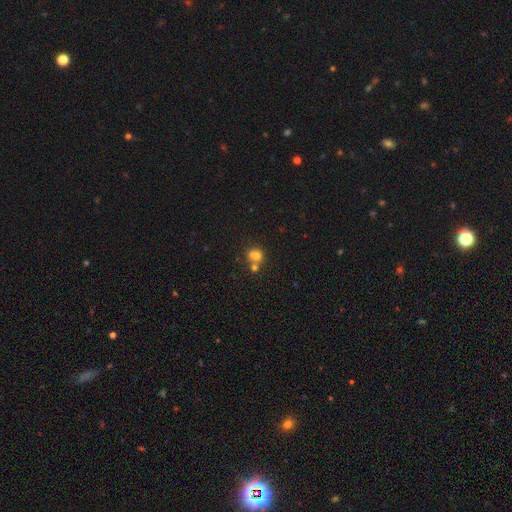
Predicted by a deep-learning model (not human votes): Smooth or featured? smooth (73%)
How rounded? round (78%)
Merging? merger (44%)